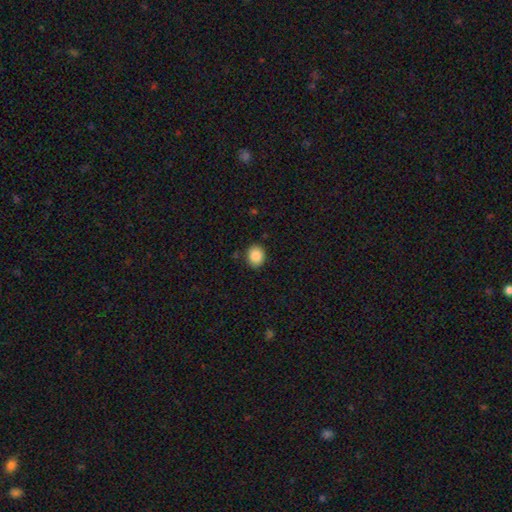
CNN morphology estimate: This appears to be a smooth galaxy with no disk features (87%) that is round (57%). Merging: none (88%).